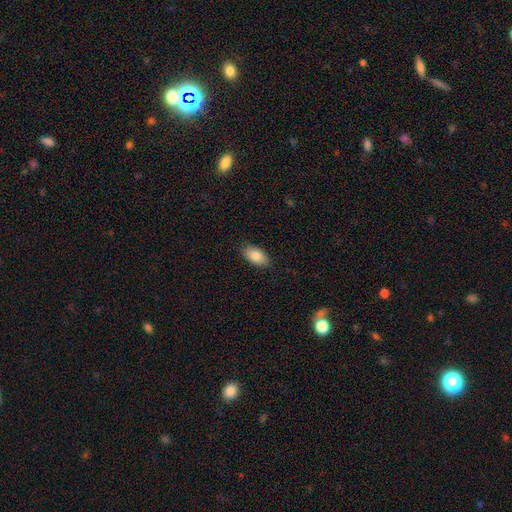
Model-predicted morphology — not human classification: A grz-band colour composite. It shows a smooth galaxy with no disk features (85%) that is in between round and cigar-shaped (93%). Merging: none (87%).